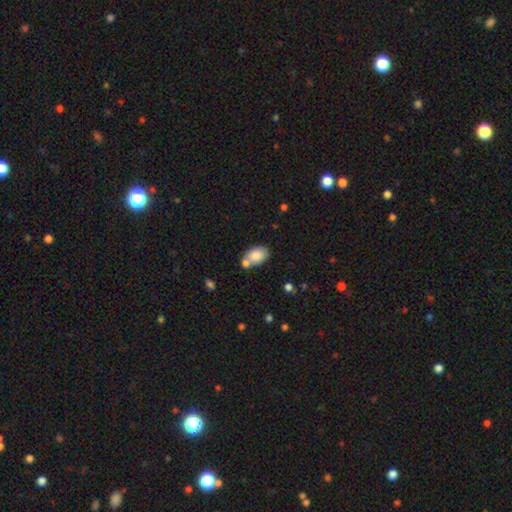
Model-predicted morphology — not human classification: A smooth galaxy with no disk features (83%) that is in between round and cigar-shaped (87%).

Vote fractions:
- Smooth or featured? smooth: 83% / featured or disk: 9% / star or artifact: 8%
- How rounded? in between: 87% / round: 12% / cigar-shaped: 1%
- Merging? none: 50% / merger: 31% / minor disturbance: 14% / major disturbance: 4%